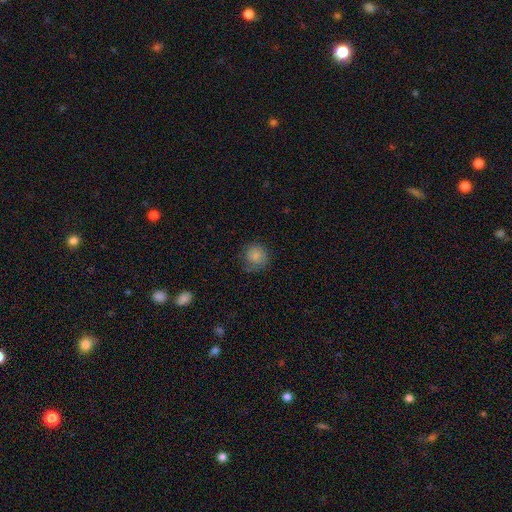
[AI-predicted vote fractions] smooth_or_featured: smooth (p=0.81) [alt: featured or disk p=0.10]
how_rounded: round (p=0.87) [alt: in between p=0.12]
merging: none (p=0.65) [alt: minor disturbance p=0.24]